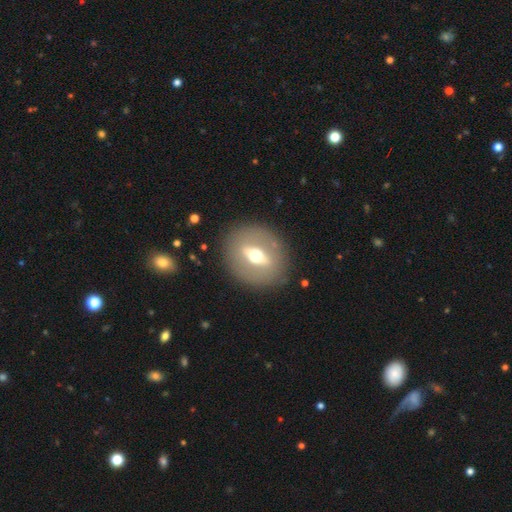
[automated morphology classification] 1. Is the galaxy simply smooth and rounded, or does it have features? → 60% featured or disk, 33% smooth, 7% star or artifact.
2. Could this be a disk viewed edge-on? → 72% no, 28% yes.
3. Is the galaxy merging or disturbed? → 85% none, 9% minor disturbance, 5% major disturbance, 1% merger.